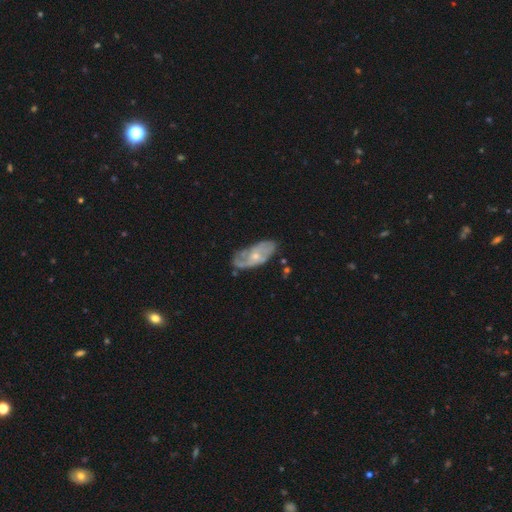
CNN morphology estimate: featured or disk 69%, smooth 25%, star or artifact 6%. Down the decision tree: edge-on disk — no (92%); bar — no (75%); spiral arms — yes (78%); bulge size — small (59%); merging — none (56%).